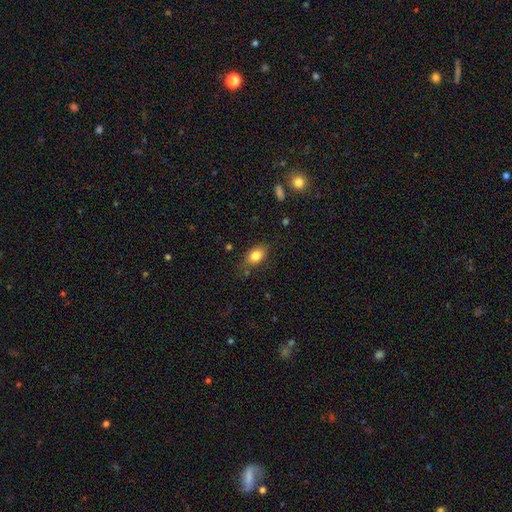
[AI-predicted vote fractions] Smooth or featured: smooth — 82% (featured or disk — 9%)
How rounded: in between — 81% (round — 17%)
Merging: none — 75% (minor disturbance — 18%)